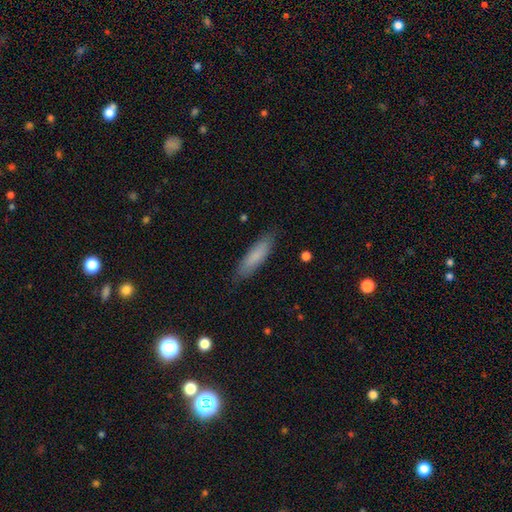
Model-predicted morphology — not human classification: smooth-or-featured: smooth: 80% | featured or disk: 14% | star or artifact: 6%
  how-rounded: cigar-shaped: 67% | in between: 31% | round: 1%
  merging: none: 85% | minor disturbance: 11% | major disturbance: 2% | merger: 1%